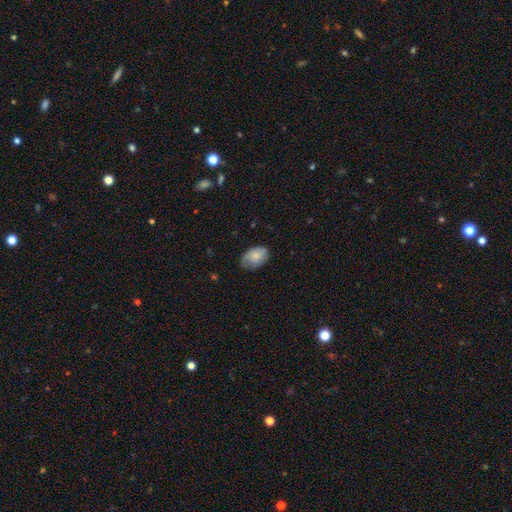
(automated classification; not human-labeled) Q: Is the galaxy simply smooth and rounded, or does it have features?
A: smooth — 76%.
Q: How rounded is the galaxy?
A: in between — 87%.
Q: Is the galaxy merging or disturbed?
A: none — 63%.